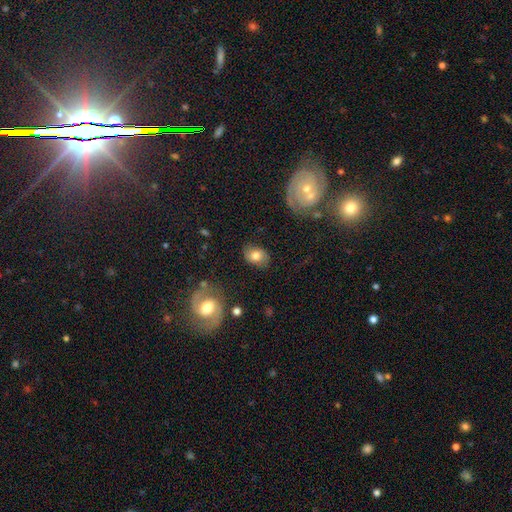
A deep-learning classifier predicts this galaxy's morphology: A smooth galaxy with no disk features (73%) that is in between round and cigar-shaped (66%).

Vote fractions:
- Smooth or featured? smooth: 73% / featured or disk: 18% / star or artifact: 9%
- How rounded? in between: 66% / round: 33% / cigar-shaped: 1%
- Merging? none: 78% / minor disturbance: 15% / major disturbance: 5% / merger: 2%